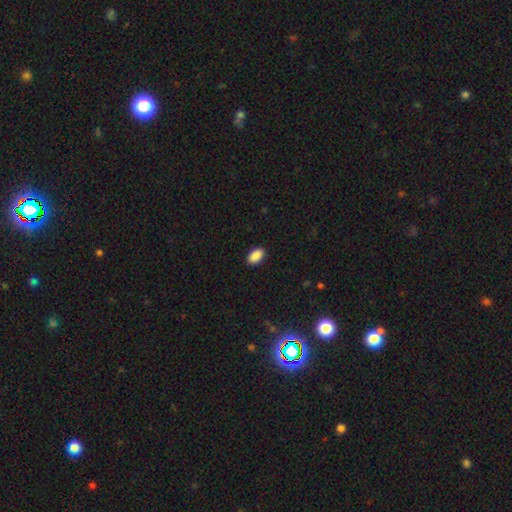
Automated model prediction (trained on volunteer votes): A smooth galaxy with no disk features (90%) that is in between round and cigar-shaped (93%). Merging: none (90%).